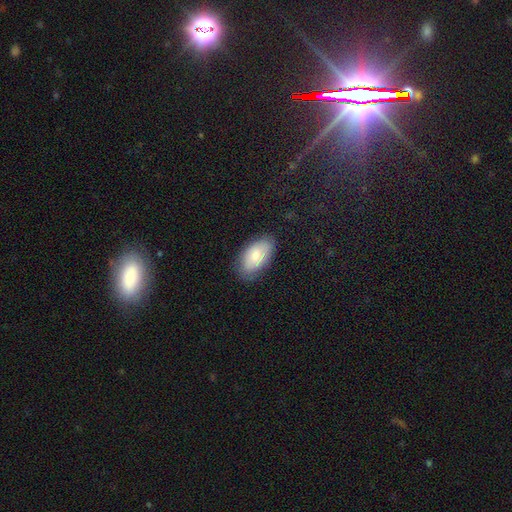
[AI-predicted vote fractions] This appears to be a smooth galaxy with no disk features (74%) that is in between round and cigar-shaped (94%). Merging: none (76%).